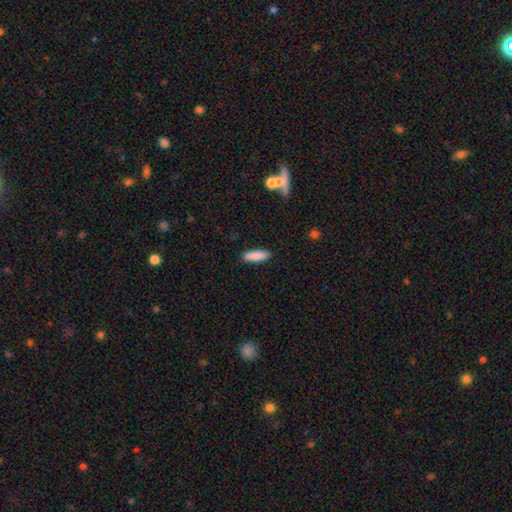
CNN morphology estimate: Smooth or featured: smooth — 88% (star or artifact — 6%)
How rounded: in between — 50% (cigar-shaped — 48%)
Merging: none — 89% (minor disturbance — 7%)